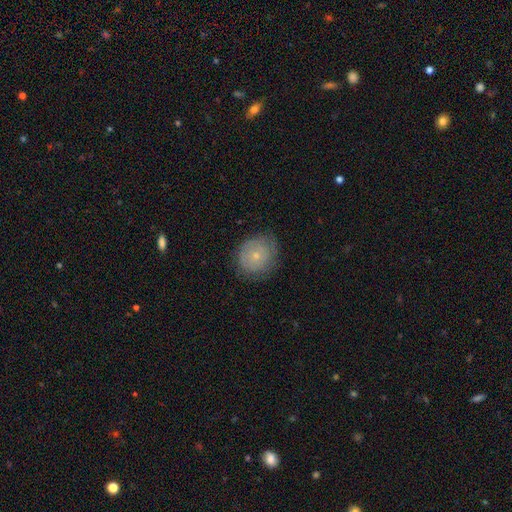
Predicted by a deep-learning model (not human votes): smooth-or-featured: smooth: 61% | featured or disk: 30% | star or artifact: 9%
  how-rounded: round: 81% | in between: 18% | cigar-shaped: 1%
  merging: none: 74% | minor disturbance: 20% | major disturbance: 6% | merger: 1%